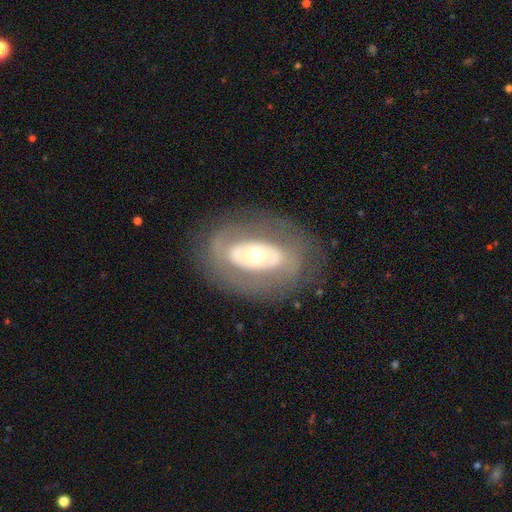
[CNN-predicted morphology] featured or disk 68%, smooth 25%, star or artifact 7%. Down the decision tree: edge-on disk — no (92%); bar — no (73%); spiral arms — no (63%); bulge size — moderate (58%); merging — none (77%).